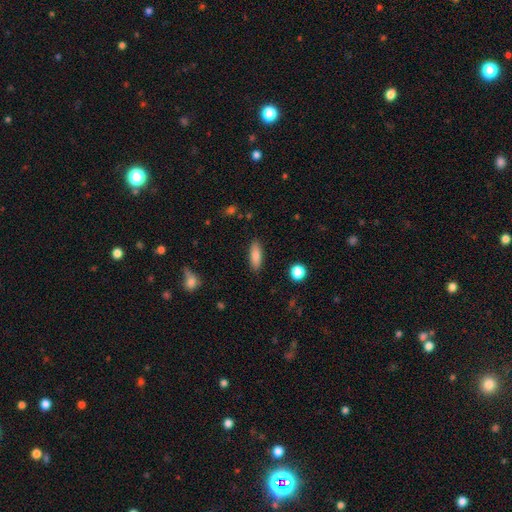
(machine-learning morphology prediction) The model was most divided on "how rounded": in between: 61%, cigar-shaped: 36%, round: 3%. More confident: merging — none (88%); smooth or featured — smooth (80%).